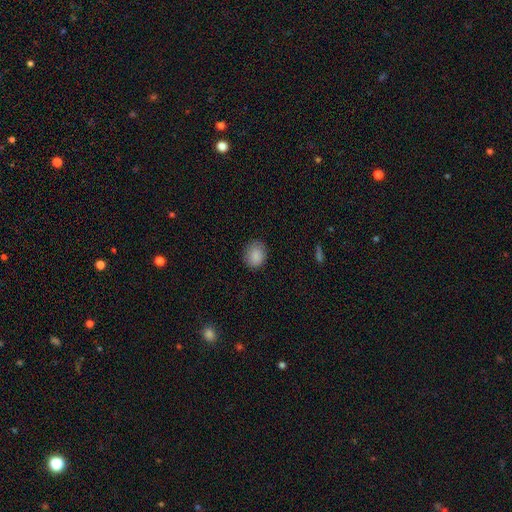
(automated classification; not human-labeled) The model was most divided on "how rounded": round: 63%, in between: 37%, cigar-shaped: 1%. More confident: smooth or featured — smooth (87%); merging — none (83%).